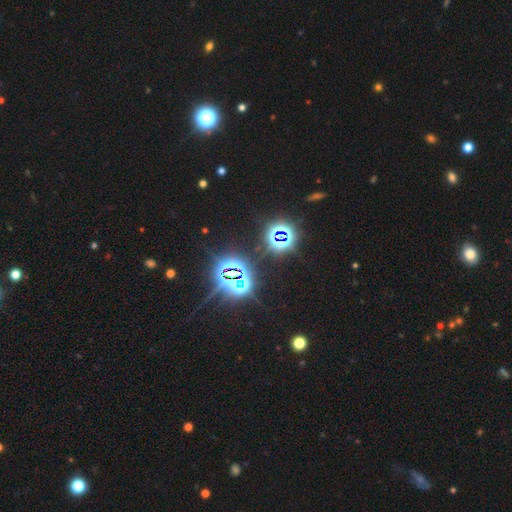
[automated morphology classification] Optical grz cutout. It shows a star or artifact, not a galaxy (82%).